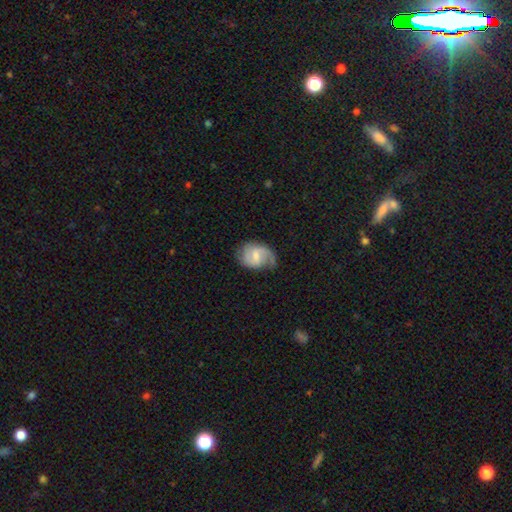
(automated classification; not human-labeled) smooth_or_featured: featured or disk (p=0.73) [alt: smooth p=0.21]
disk_edge_on: no (p=0.98) [alt: yes p=0.02]
bar: weak (p=0.62) [alt: no p=0.21]
has_spiral_arms: yes (p=0.93) [alt: no p=0.07]
spiral_winding: medium (p=0.48) [alt: loose p=0.29]
spiral_arm_count: 2 (p=0.71) [alt: 1 p=0.17]
bulge_size: small (p=0.45) [alt: moderate p=0.38]
merging: none (p=0.62) [alt: minor disturbance p=0.25]